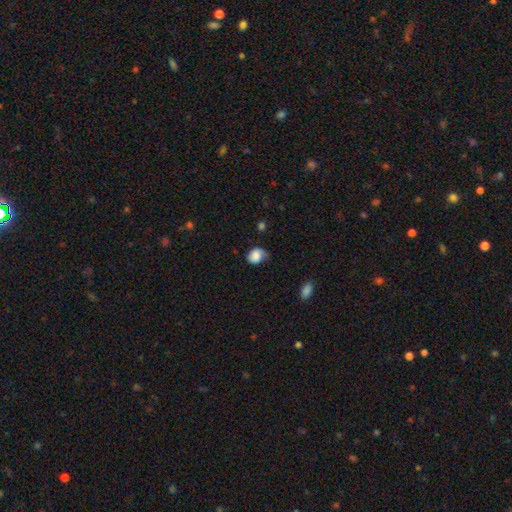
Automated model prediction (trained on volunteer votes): This is clearly a smooth galaxy (81%). How rounded: possibly in between (50%). Merging: possibly none (47%).